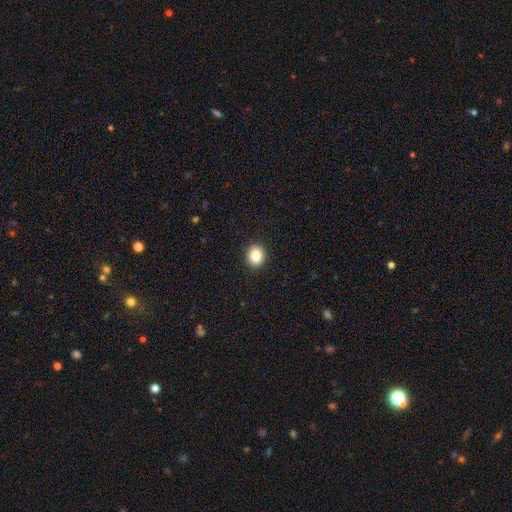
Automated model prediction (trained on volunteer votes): smooth 85%, star or artifact 9%, featured or disk 5%. Down the decision tree: how rounded — round (74%); merging — none (92%).